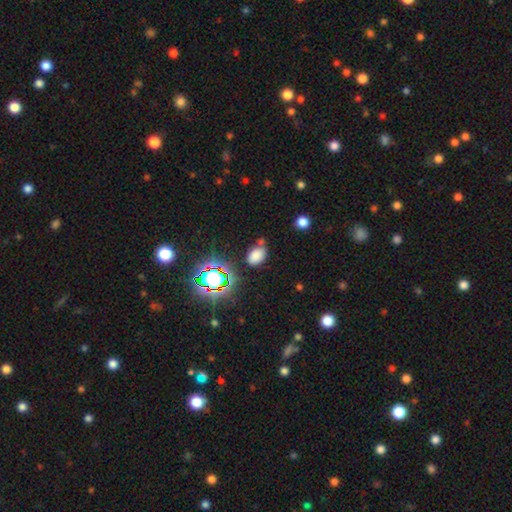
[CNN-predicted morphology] smooth-or-featured: smooth: 73% | star or artifact: 19% | featured or disk: 8%
  how-rounded: in between: 82% | round: 17% | cigar-shaped: 1%
  merging: none: 68% | minor disturbance: 18% | merger: 9% | major disturbance: 5%